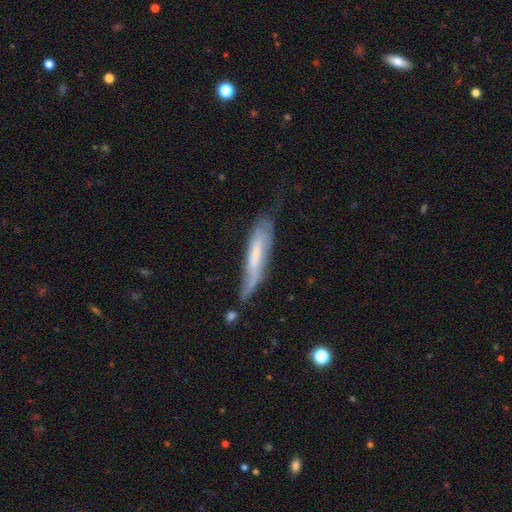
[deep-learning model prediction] This appears to be a featured or disk galaxy (50%). Merging: none (46%).